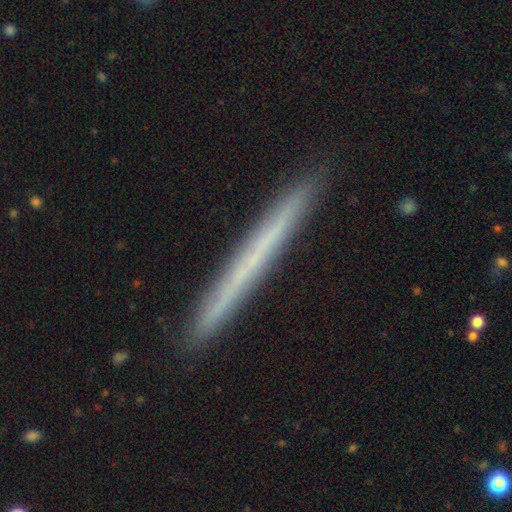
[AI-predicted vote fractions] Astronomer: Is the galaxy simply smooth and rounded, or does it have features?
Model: featured or disk — 54% (runner-up: smooth, 39%).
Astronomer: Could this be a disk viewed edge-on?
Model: yes — 96%.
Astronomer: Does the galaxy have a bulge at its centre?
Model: none — 90%.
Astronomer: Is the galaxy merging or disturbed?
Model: none — 91%.